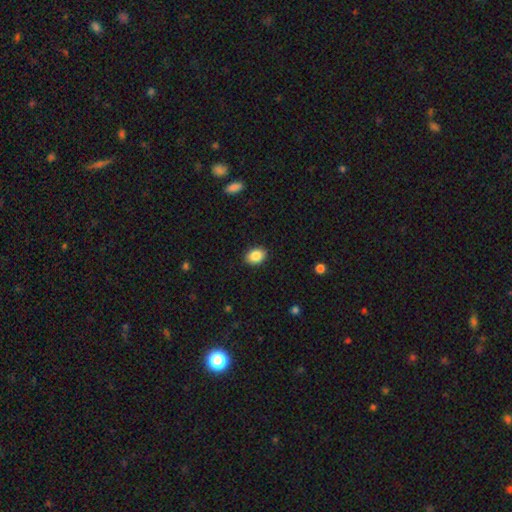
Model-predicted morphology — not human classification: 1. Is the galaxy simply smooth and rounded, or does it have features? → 88% smooth, 8% star or artifact, 4% featured or disk.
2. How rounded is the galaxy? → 74% in between, 25% round, 1% cigar-shaped.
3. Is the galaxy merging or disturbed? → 89% none, 8% minor disturbance, 2% major disturbance, 1% merger.